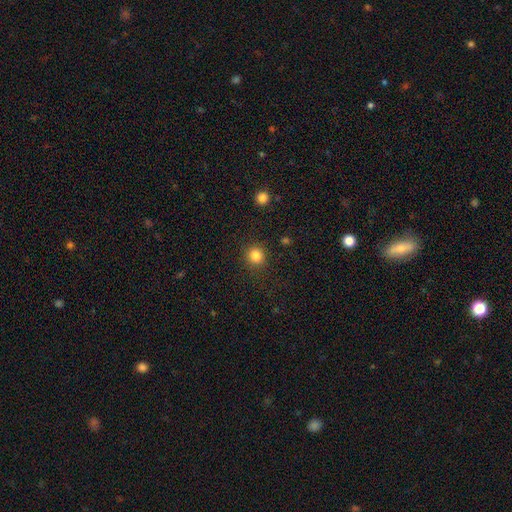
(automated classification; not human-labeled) Q: Smooth or featured?
A: smooth (84%); runner-up: star or artifact (12%)
Q: How rounded?
A: round (91%); runner-up: in between (8%)
Q: Merging?
A: none (89%); runner-up: minor disturbance (7%)